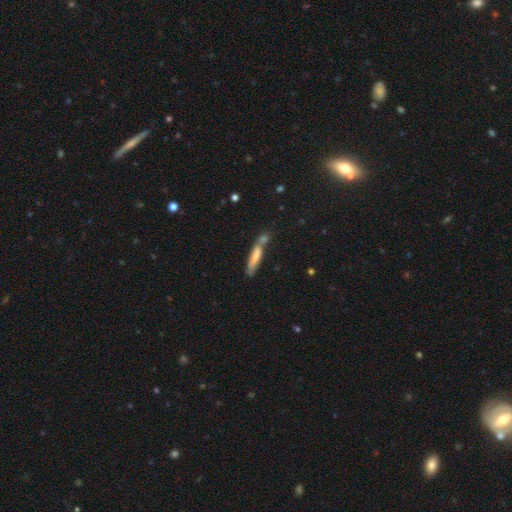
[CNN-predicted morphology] A smooth galaxy with no disk features (68%) that is cigar-shaped (87%). Merging: none (48%).